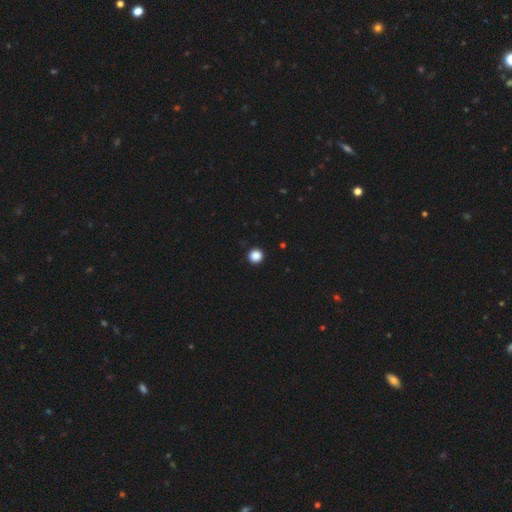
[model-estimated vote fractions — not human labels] Overall: smooth (87%). How rounded: round (95%). Merging: none (94%).